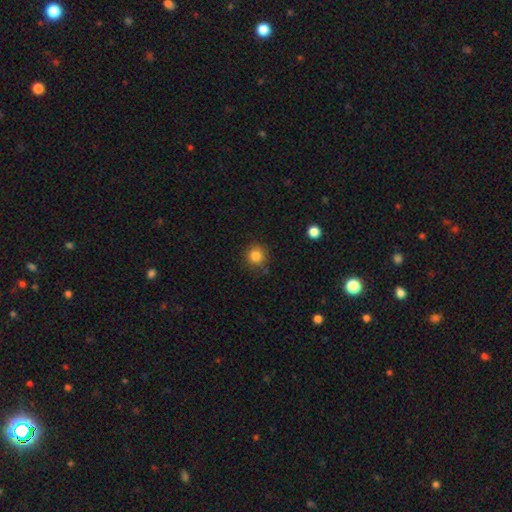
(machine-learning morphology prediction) Smooth or featured? Predicted: smooth (p=0.84). How rounded? Predicted: round (p=0.92). Merging? Predicted: none (p=0.85).